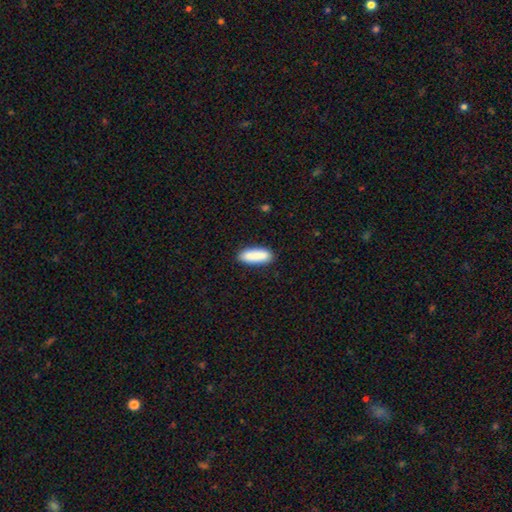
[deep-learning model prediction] Smooth or featured? Predicted: smooth (p=0.88). How rounded? Predicted: in between (p=0.61). Merging? Predicted: none (p=0.87).